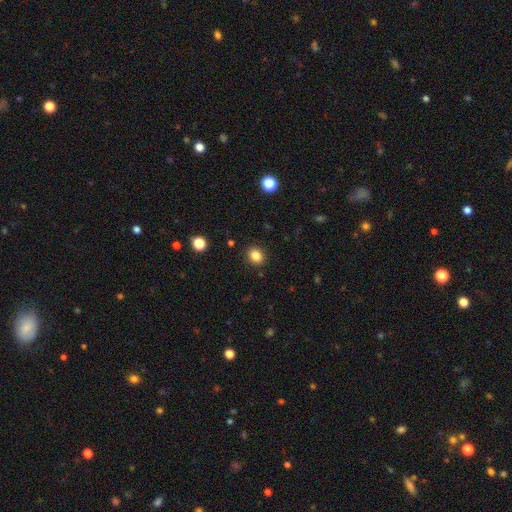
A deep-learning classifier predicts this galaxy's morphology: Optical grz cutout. It shows a smooth galaxy with no disk features (84%) that is round (63%). Merging: none (89%).